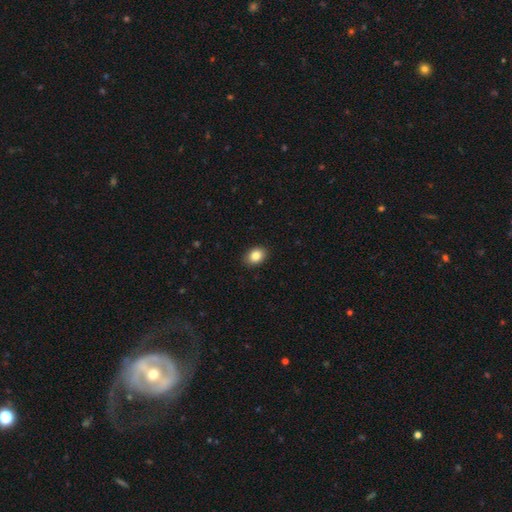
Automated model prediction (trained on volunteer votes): smooth 85%, star or artifact 9%, featured or disk 6%. Down the decision tree: how rounded — in between (69%); merging — none (90%).